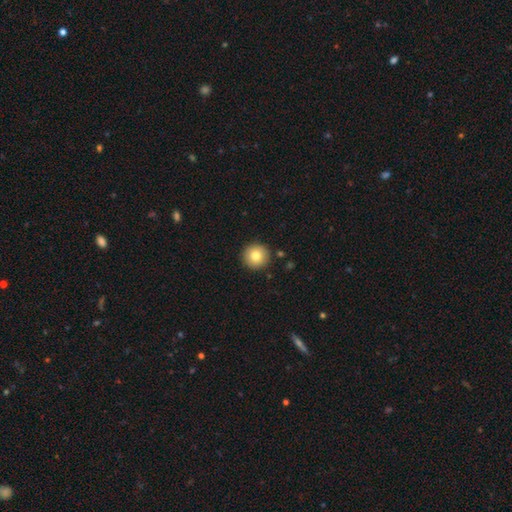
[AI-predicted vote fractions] Q: Smooth or featured?
A: smooth (80%); runner-up: featured or disk (11%)
Q: How rounded?
A: round (96%); runner-up: in between (3%)
Q: Merging?
A: none (91%); runner-up: minor disturbance (5%)